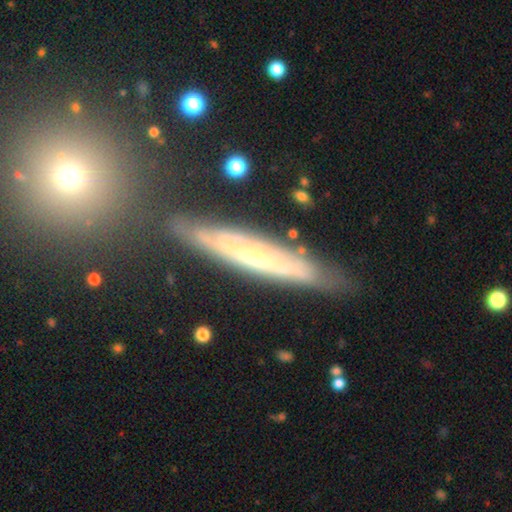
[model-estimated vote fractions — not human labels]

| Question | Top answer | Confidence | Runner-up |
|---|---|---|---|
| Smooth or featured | featured or disk | 71% | smooth (22%) |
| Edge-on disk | yes | 68% | no (32%) |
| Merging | none | 79% | minor disturbance (14%) |